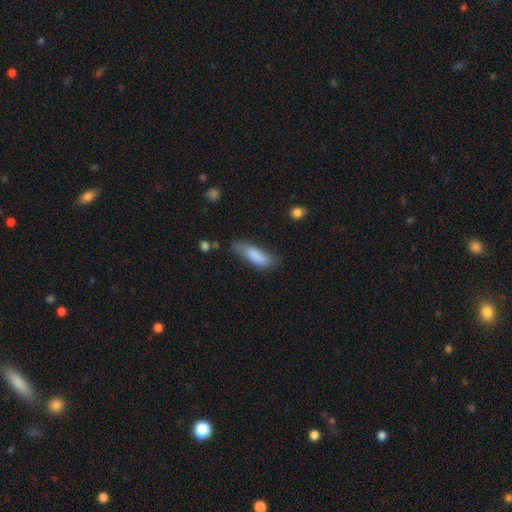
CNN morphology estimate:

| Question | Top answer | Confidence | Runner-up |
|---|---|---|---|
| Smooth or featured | smooth | 83% | featured or disk (11%) |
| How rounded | in between | 55% | cigar-shaped (43%) |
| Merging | none | 54% | minor disturbance (31%) |